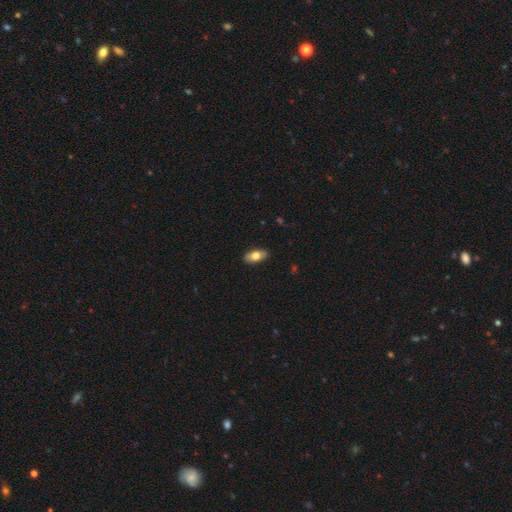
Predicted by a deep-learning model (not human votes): smooth 76%, featured or disk 17%, star or artifact 6%. Down the decision tree: how rounded — in between (89%); merging — none (88%).